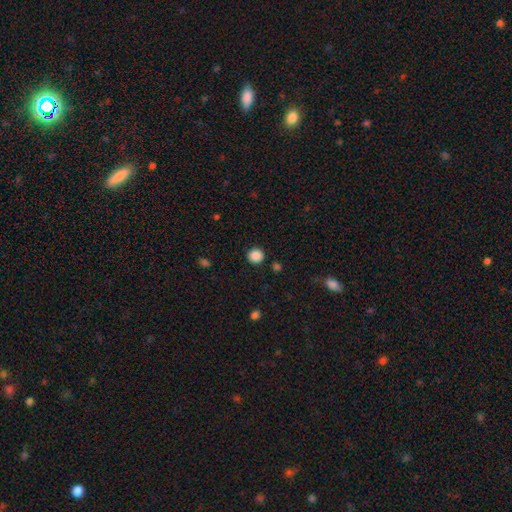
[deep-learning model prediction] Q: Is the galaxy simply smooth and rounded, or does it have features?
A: smooth — 87%.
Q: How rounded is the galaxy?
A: round — 92%.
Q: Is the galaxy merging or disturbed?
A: none — 90%.